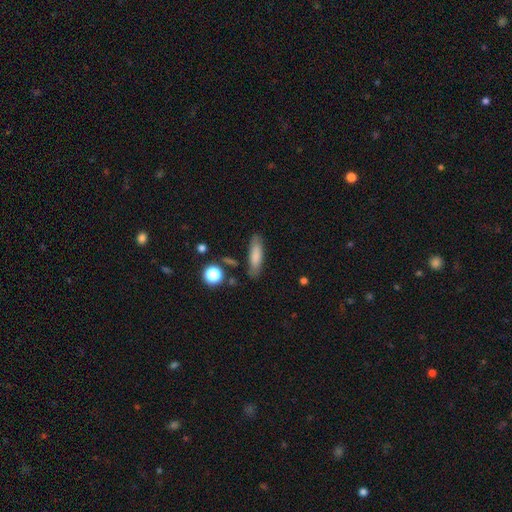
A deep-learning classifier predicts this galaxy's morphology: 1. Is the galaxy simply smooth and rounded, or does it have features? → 78% smooth, 14% featured or disk, 8% star or artifact.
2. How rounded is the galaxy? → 58% cigar-shaped, 40% in between, 2% round.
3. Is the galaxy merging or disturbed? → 79% none, 14% minor disturbance, 4% major disturbance, 3% merger.